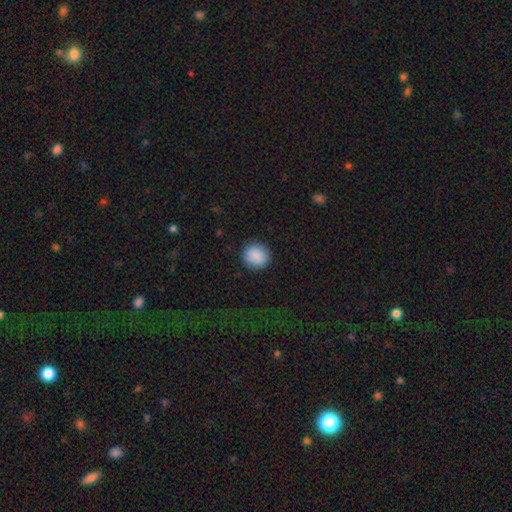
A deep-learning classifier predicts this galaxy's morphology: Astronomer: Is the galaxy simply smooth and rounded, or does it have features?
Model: smooth — 90%.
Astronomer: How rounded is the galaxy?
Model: round — 85%.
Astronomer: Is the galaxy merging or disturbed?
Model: none — 89%.